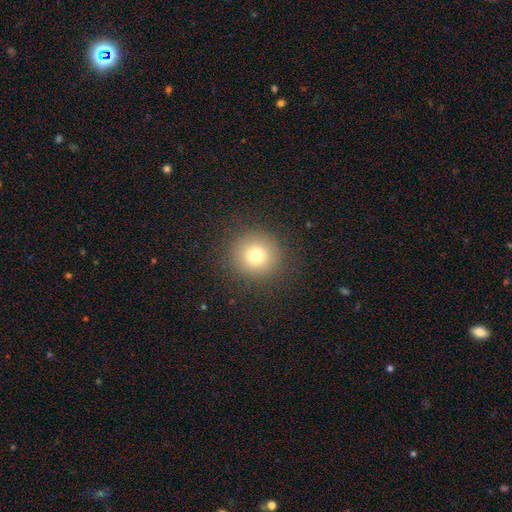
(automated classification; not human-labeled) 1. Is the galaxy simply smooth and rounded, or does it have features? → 74% smooth, 15% star or artifact, 11% featured or disk.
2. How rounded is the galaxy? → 95% round, 4% in between, 1% cigar-shaped.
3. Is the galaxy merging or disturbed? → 90% none, 6% minor disturbance, 3% major disturbance, 1% merger.